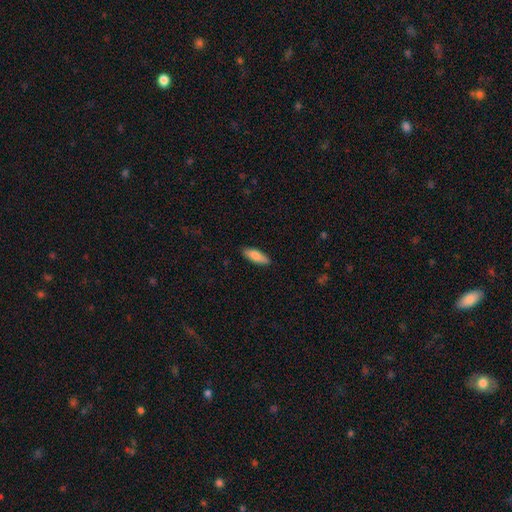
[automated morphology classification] This appears to be a smooth galaxy with no disk features (85%) that is in between round and cigar-shaped (65%). Merging: none (87%).